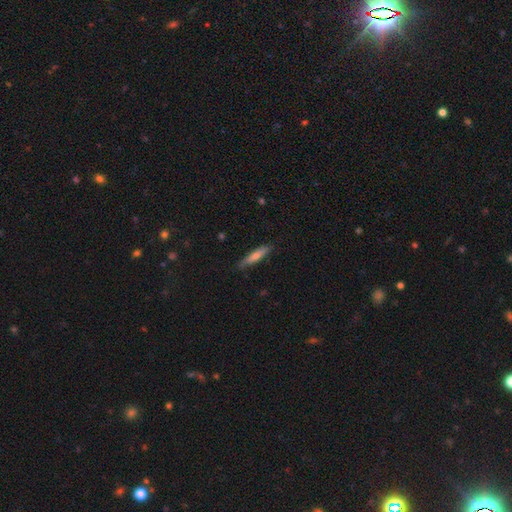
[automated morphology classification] type=smooth (65%); roundness=cigar-shaped (88%); merging=none (85%).